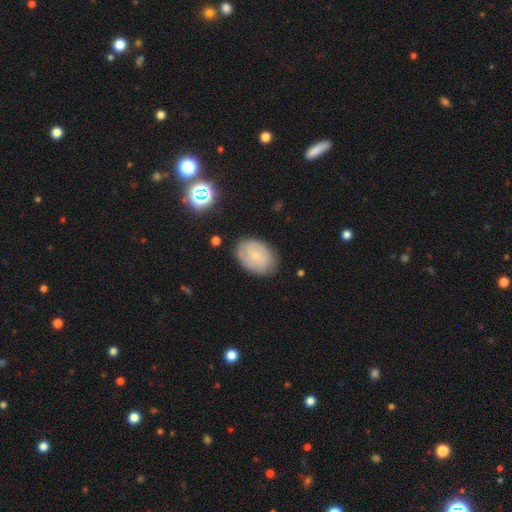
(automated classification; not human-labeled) Q: Smooth or featured?
A: smooth (60%); runner-up: featured or disk (30%)
Q: How rounded?
A: in between (77%); runner-up: round (22%)
Q: Merging?
A: none (78%); runner-up: minor disturbance (16%)